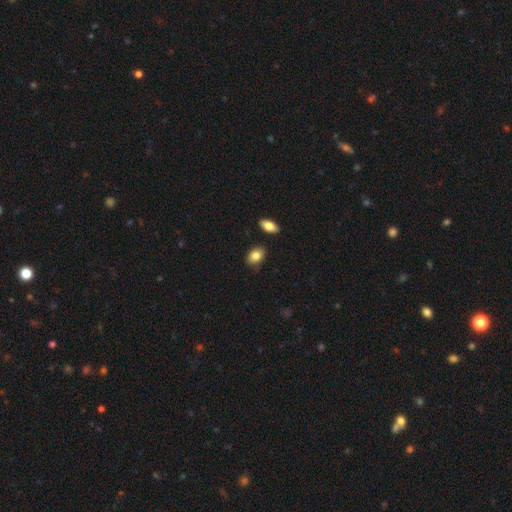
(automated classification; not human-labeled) Smooth or featured? smooth (84%)
How rounded? in between (83%)
Merging? none (82%)